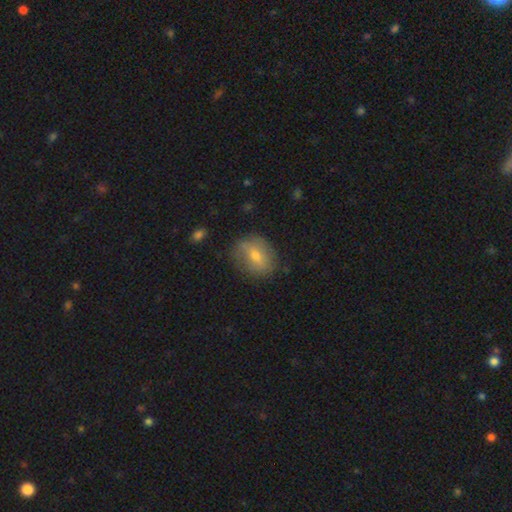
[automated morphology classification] type=smooth (60%); roundness=in between (53%); merging=none (73%).